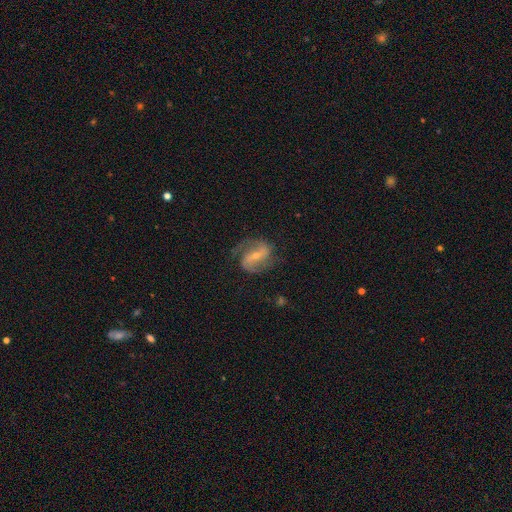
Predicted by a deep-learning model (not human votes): Smooth or featured?
  - featured or disk: 83% *
  - smooth: 11%
  - star or artifact: 6%
Edge-on disk?
  - no: 97% *
  - yes: 3%
Bar?
  - strong: 45% *
  - weak: 37%
  - no: 17%
Spiral arms?
  - yes: 95% *
  - no: 5%
Spiral winding?
  - medium: 45% *
  - loose: 40%
  - tight: 15%
Spiral arm count?
  - 2: 88% *
  - can't tell: 4%
  - 1: 4%
  - 3: 2%
  - 4: 1%
  - more than 4: 1%
Bulge size?
  - small: 59% *
  - moderate: 35%
  - none: 3%
  - large: 2%
  - dominant: 1%
Merging?
  - none: 70% *
  - minor disturbance: 18%
  - major disturbance: 11%
  - merger: 1%